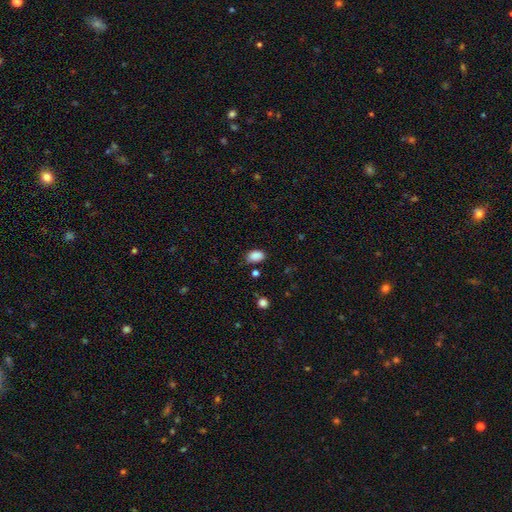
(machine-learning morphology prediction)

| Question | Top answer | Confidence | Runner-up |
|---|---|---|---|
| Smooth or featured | smooth | 87% | star or artifact (9%) |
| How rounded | in between | 86% | round (13%) |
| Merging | none | 77% | minor disturbance (17%) |